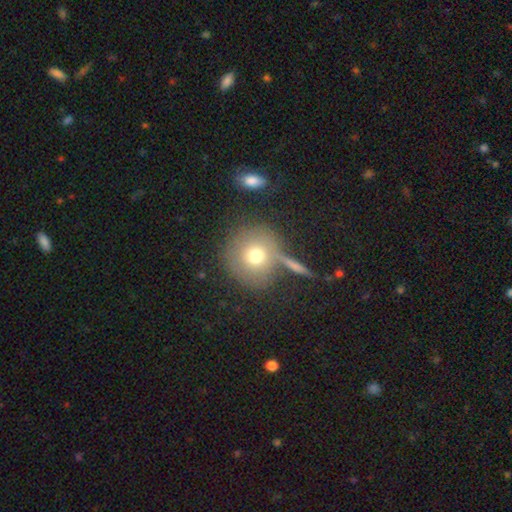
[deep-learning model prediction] Q: Smooth or featured?
A: smooth (71%); runner-up: featured or disk (18%)
Q: How rounded?
A: round (92%); runner-up: in between (7%)
Q: Merging?
A: none (72%); runner-up: merger (11%)